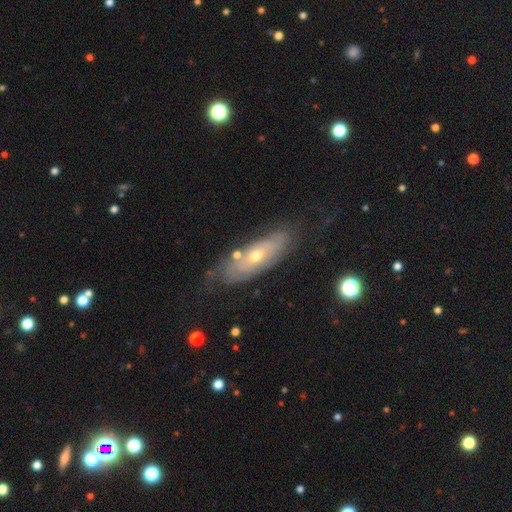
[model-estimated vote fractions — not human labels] Overall: featured or disk (69%). Edge-on disk: no (77%). Bar: no (82%). Spiral arms: yes (63%; no 37%). Bulge size: small (52%; moderate 44%). Merging: none (69%).